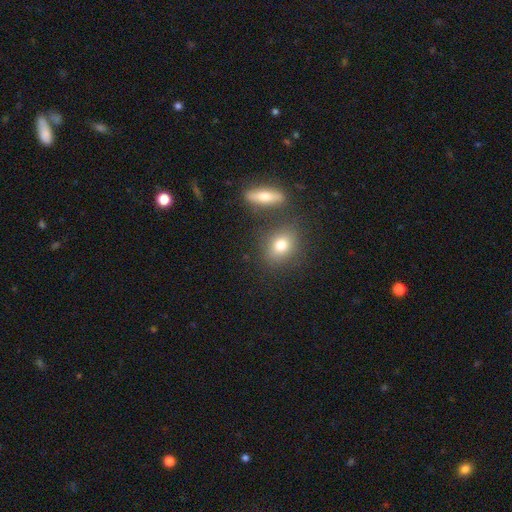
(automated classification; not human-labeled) Overall: smooth (62%). How rounded: in between (48%; round 47%). Merging: none (64%; merger 25%).